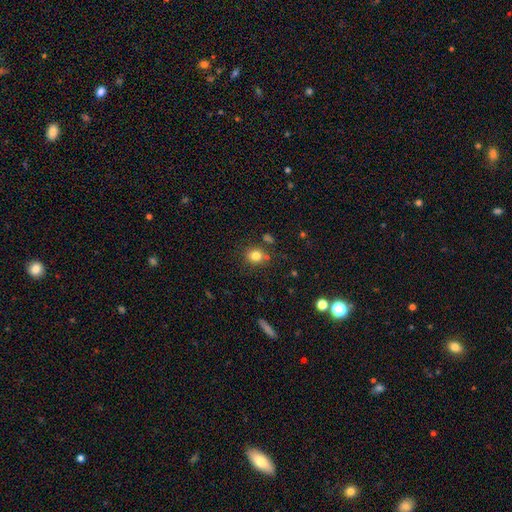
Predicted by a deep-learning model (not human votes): This is clearly a smooth galaxy (80%). How rounded: likely round (76%). Merging: likely none (79%).